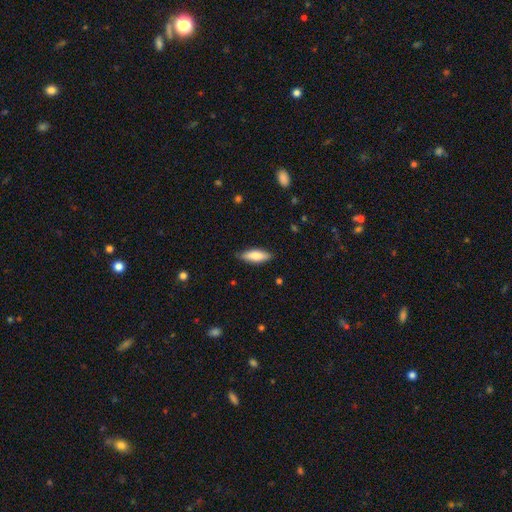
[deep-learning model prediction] This appears to be a smooth galaxy with no disk features (78%) that is in between round and cigar-shaped (63%). Merging: none (84%).